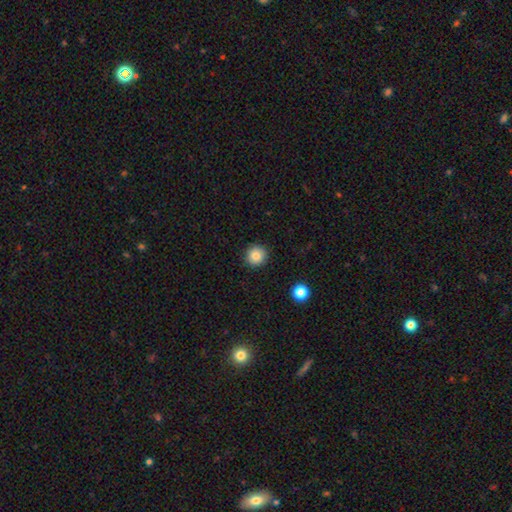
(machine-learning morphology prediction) smooth 85%, star or artifact 10%, featured or disk 5%. Down the decision tree: how rounded — round (94%); merging — none (92%).